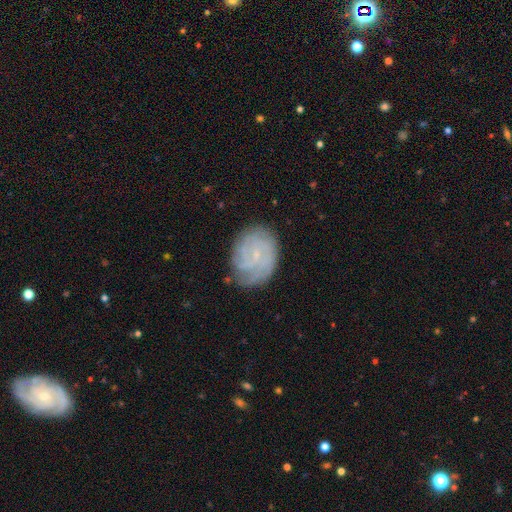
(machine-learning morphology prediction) A featured or disk galaxy (72%) with no bar (57%), tight (66%) spiral arms (91%) and a small central bulge (77%).

Vote fractions:
- Smooth or featured? featured or disk: 72% / smooth: 20% / star or artifact: 8%
- Edge-on disk? no: 97% / yes: 3%
- Bar? no: 57% / weak: 37% / strong: 5%
- Spiral arms? yes: 91% / no: 9%
- Spiral winding? tight: 66% / medium: 25% / loose: 8%
- Spiral arm count? can't tell: 42% / 2: 17% / 3: 16% / 4: 12% / more than 4: 6% / 1: 6%
- Bulge size? small: 77% / none: 12% / moderate: 9% / large: 1% / dominant: 1%
- Merging? none: 72% / minor disturbance: 20% / major disturbance: 7% / merger: 1%